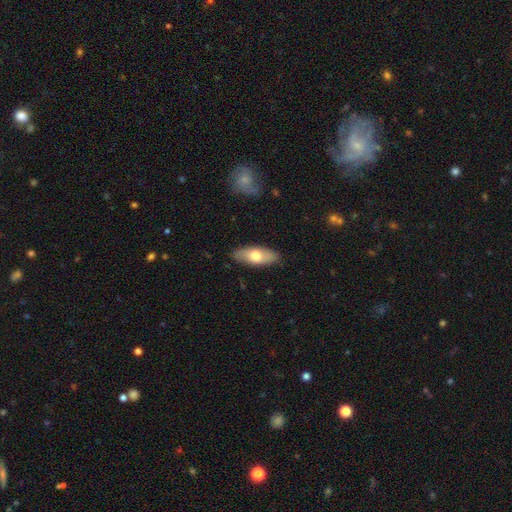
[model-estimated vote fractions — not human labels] A smooth galaxy with no disk features (65%) that is in between round and cigar-shaped (78%). Merging: none (85%).